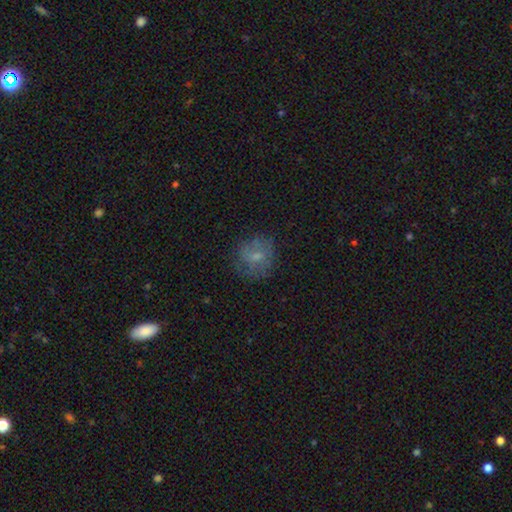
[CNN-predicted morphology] Smooth or featured? smooth (62%)
How rounded? round (78%)
Merging? none (70%)